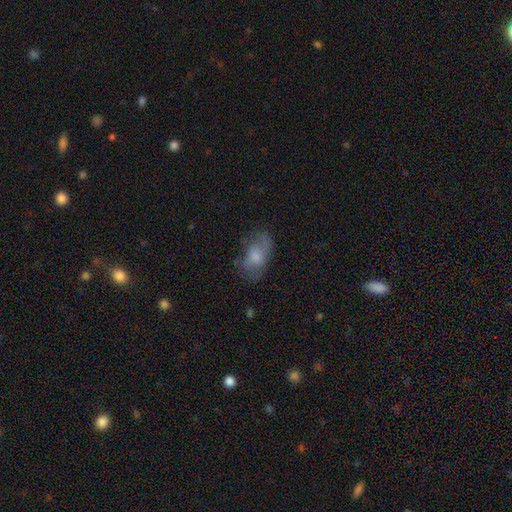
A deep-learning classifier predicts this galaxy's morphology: The model was most divided on "smooth or featured": smooth: 57%, featured or disk: 34%, star or artifact: 9%. More confident: how rounded — in between (89%); merging — none (52%).